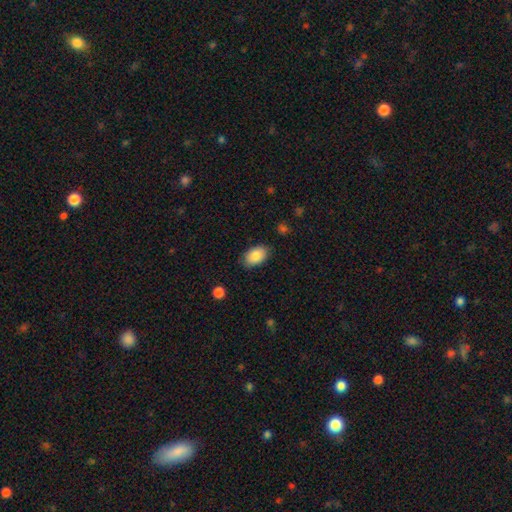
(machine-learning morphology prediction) smooth-or-featured: smooth: 86% | featured or disk: 7% | star or artifact: 7%
  how-rounded: in between: 91% | round: 7% | cigar-shaped: 1%
  merging: none: 83% | minor disturbance: 13% | major disturbance: 3% | merger: 1%